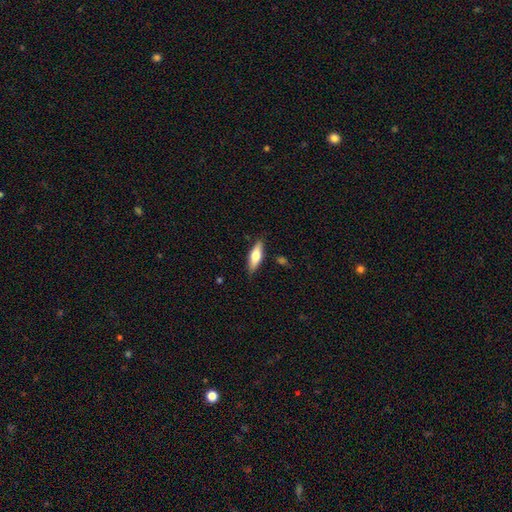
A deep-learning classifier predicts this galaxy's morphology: smooth_or_featured: smooth (p=0.61) [alt: featured or disk p=0.33]
how_rounded: in between (p=0.56) [alt: cigar-shaped p=0.42]
merging: none (p=0.83) [alt: minor disturbance p=0.13]